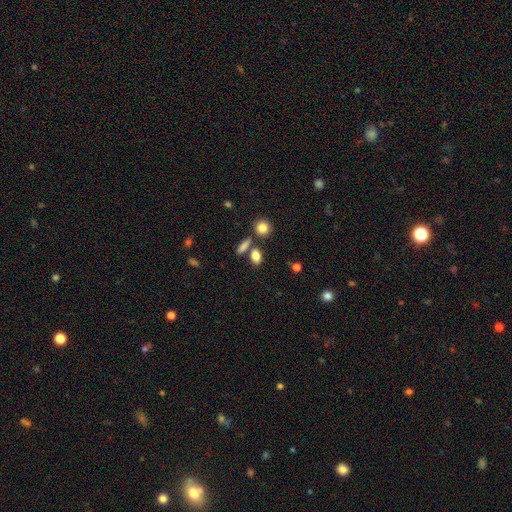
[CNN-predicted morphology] Overall: smooth (81%). How rounded: in between (72%). Merging: none (69%).